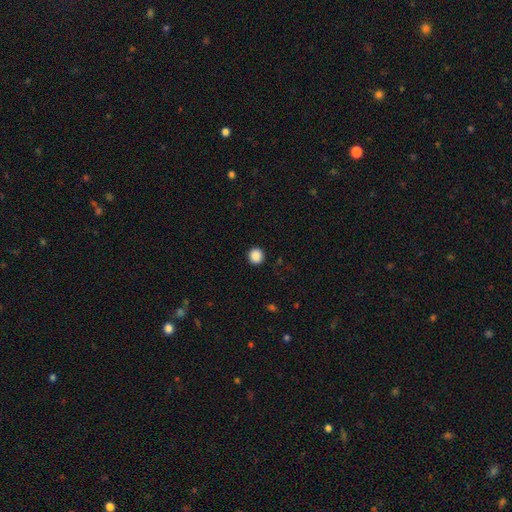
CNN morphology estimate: Smooth or featured? smooth (88%)
How rounded? round (91%)
Merging? none (92%)